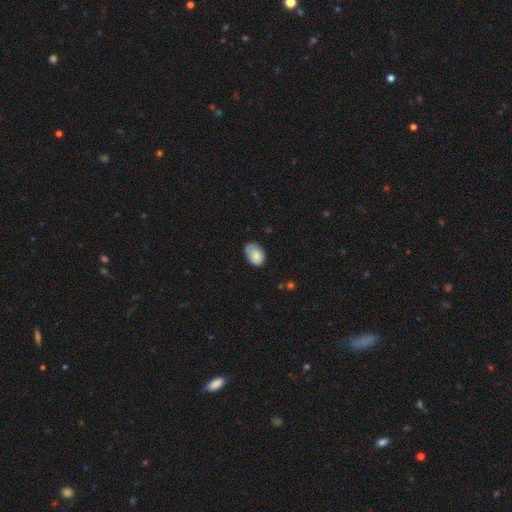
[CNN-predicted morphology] This appears to be a smooth galaxy with no disk features (82%) that is in between round and cigar-shaped (85%). Merging: none (54%).